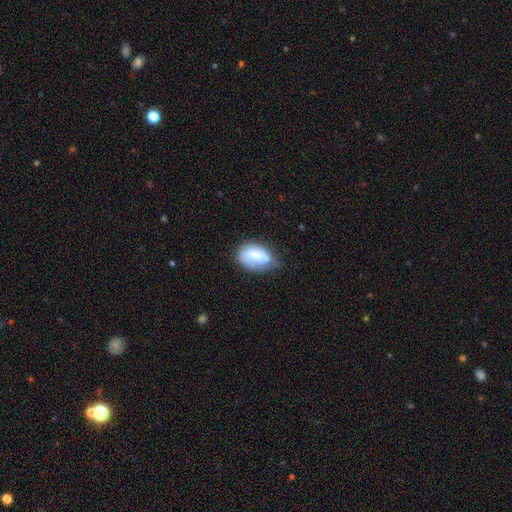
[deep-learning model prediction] smooth-or-featured: smooth: 74% | featured or disk: 19% | star or artifact: 7%
  how-rounded: in between: 88% | round: 10% | cigar-shaped: 2%
  merging: none: 43% | minor disturbance: 39% | major disturbance: 14% | merger: 3%